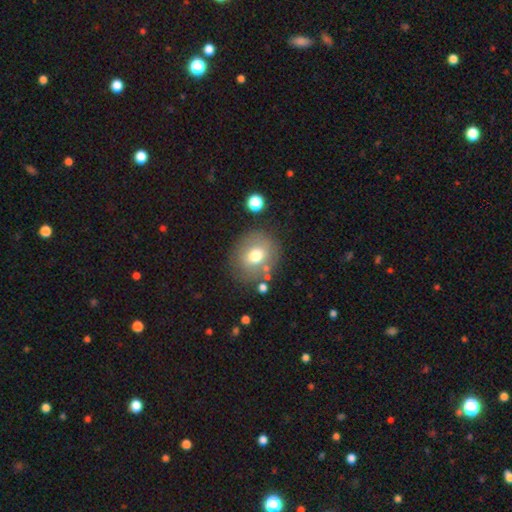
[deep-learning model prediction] smooth-or-featured: smooth: 70% | featured or disk: 19% | star or artifact: 12%
  how-rounded: round: 76% | in between: 23% | cigar-shaped: 1%
  merging: none: 76% | minor disturbance: 13% | major disturbance: 5% | merger: 5%